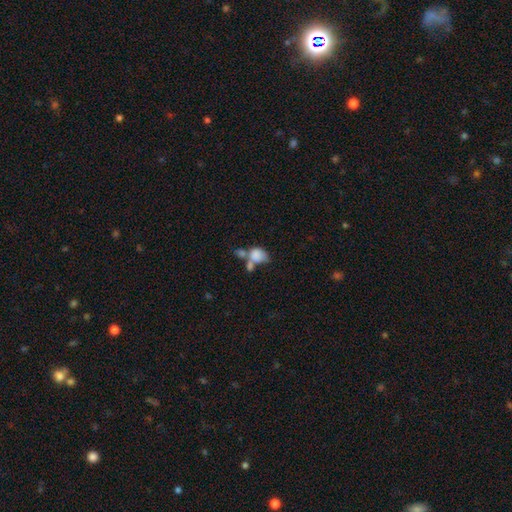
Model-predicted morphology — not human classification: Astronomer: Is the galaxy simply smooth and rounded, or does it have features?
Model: smooth — 78%.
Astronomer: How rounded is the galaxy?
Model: in between — 69%.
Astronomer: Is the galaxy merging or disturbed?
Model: merger — 57%.